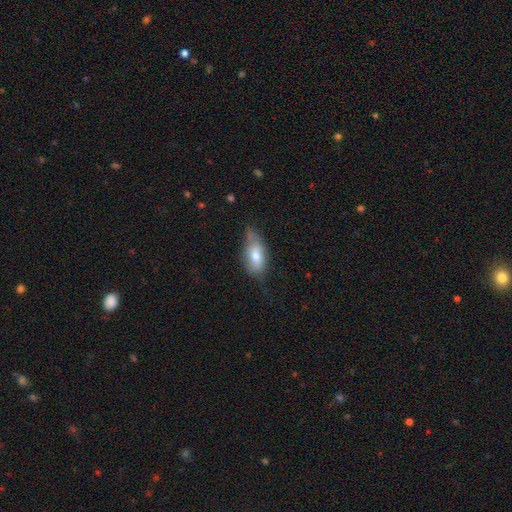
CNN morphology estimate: A smooth galaxy with no disk features (70%) that is in between round and cigar-shaped (88%). Merging: none (43%).